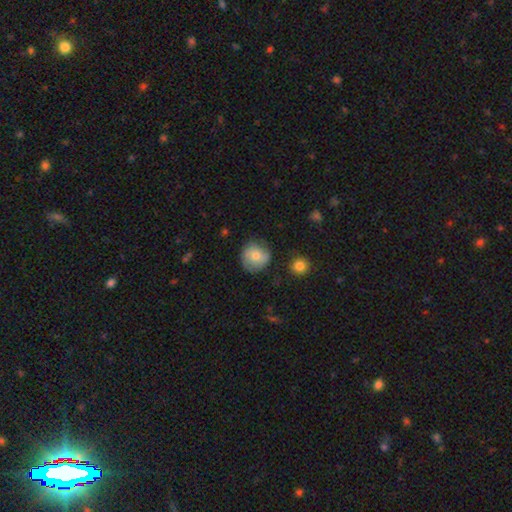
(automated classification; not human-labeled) This is likely a smooth galaxy (65%). How rounded: clearly round (89%). Merging: likely none (71%).